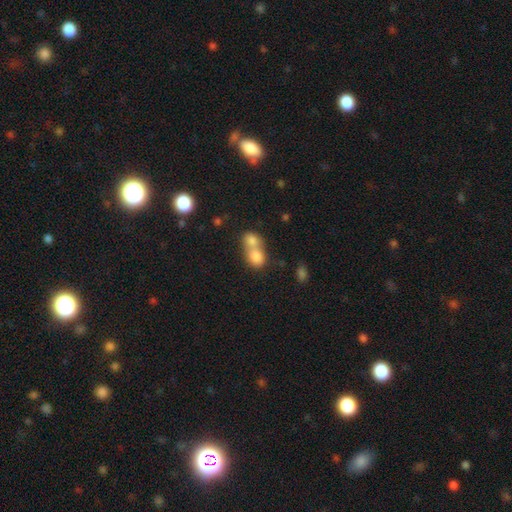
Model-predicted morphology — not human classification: smooth_or_featured: smooth (p=0.80) [alt: featured or disk p=0.11]
how_rounded: round (p=0.49) [tied with: in between p=0.49]
merging: merger (p=0.72) [alt: none p=0.20]